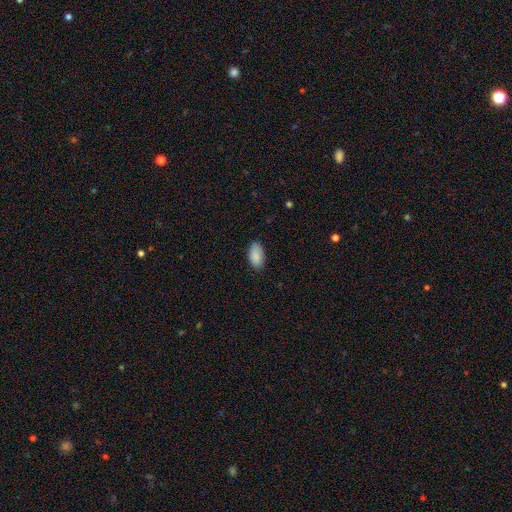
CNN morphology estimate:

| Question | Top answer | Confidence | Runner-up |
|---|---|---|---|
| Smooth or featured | smooth | 90% | star or artifact (7%) |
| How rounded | in between | 94% | cigar-shaped (3%) |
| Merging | none | 85% | minor disturbance (12%) |